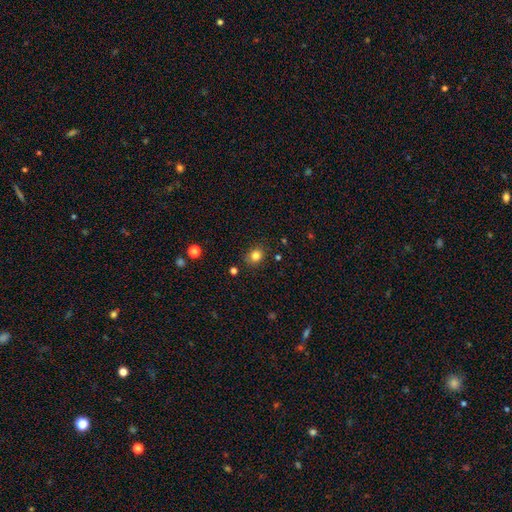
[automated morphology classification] This appears to be a smooth galaxy with no disk features (81%) that is round (71%). Merging: none (84%).